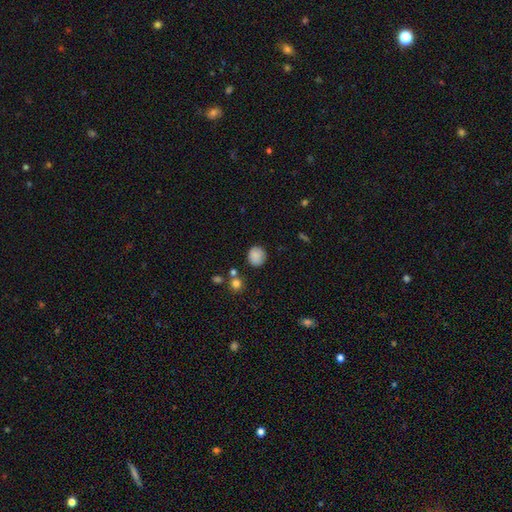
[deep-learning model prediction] This is clearly a smooth galaxy (85%). How rounded: clearly round (86%). Merging: clearly none (81%).